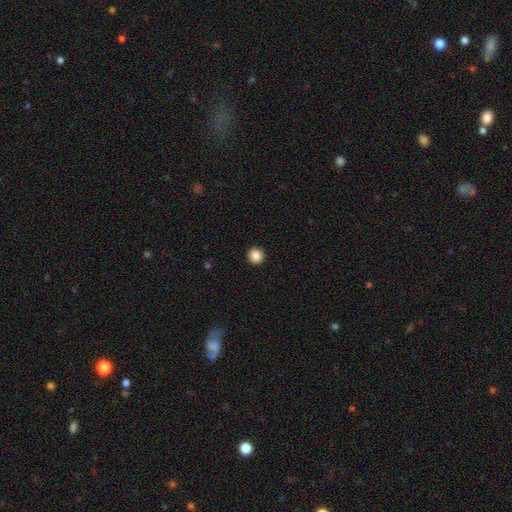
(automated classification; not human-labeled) smooth-or-featured: smooth: 88% | star or artifact: 10% | featured or disk: 3%
  how-rounded: round: 94% | in between: 5% | cigar-shaped: 1%
  merging: none: 94% | minor disturbance: 4% | major disturbance: 1% | merger: 1%